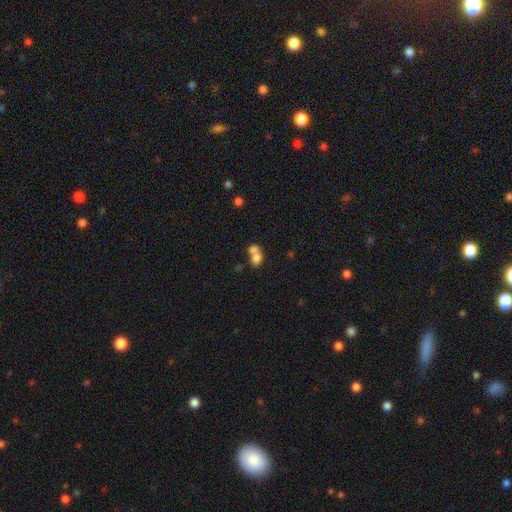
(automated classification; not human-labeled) A smooth galaxy with no disk features (74%) that is in between round and cigar-shaped (65%). Merging: merger (70%).